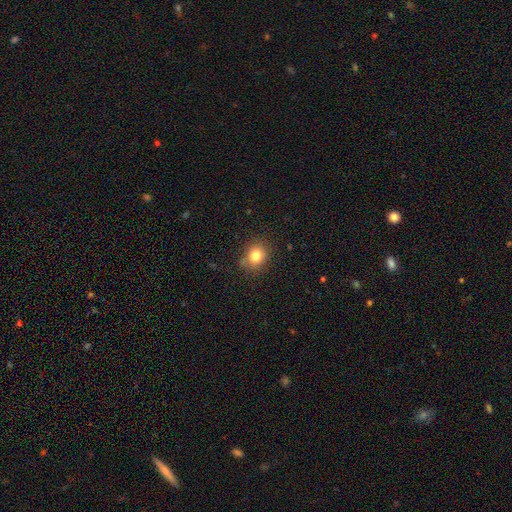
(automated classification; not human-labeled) smooth 81%, star or artifact 11%, featured or disk 8%. Down the decision tree: how rounded — round (66%); merging — none (78%).